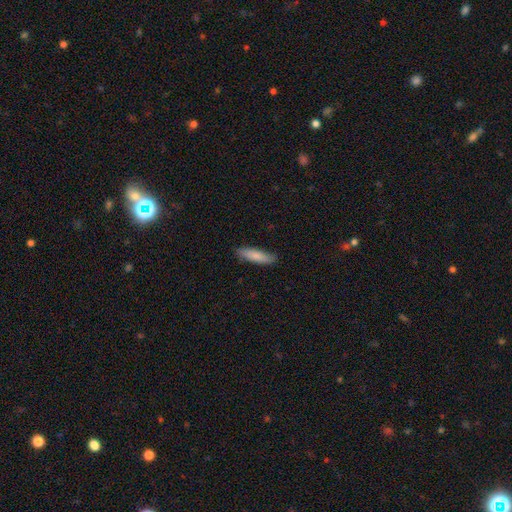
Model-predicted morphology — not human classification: Overall: smooth (82%). How rounded: cigar-shaped (71%). Merging: none (85%).